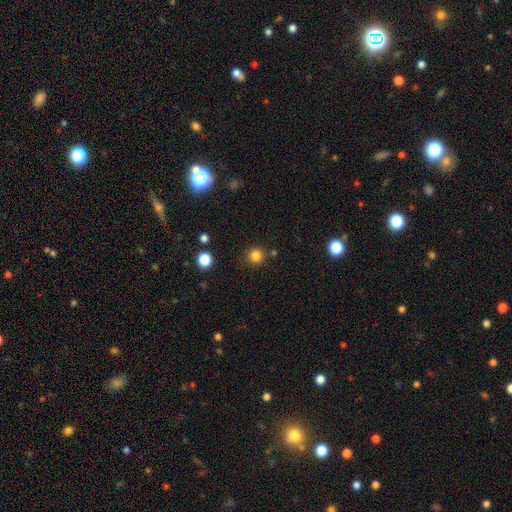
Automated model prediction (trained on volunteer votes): A smooth galaxy with no disk features (81%) that is round (93%).

Vote fractions:
- Smooth or featured? smooth: 81% / star or artifact: 14% / featured or disk: 5%
- How rounded? round: 93% / in between: 6% / cigar-shaped: 1%
- Merging? none: 86% / minor disturbance: 8% / merger: 4% / major disturbance: 3%